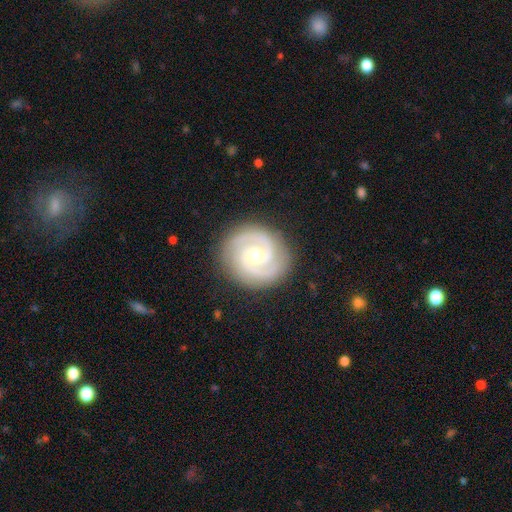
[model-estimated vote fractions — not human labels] featured or disk 90%, smooth 6%, star or artifact 4%. Down the decision tree: edge-on disk — no (98%); bar — no (48%); spiral arms — yes (98%); spiral arm count — 2 (82%); spiral winding — tight (61%); bulge size — moderate (63%); merging — none (88%).